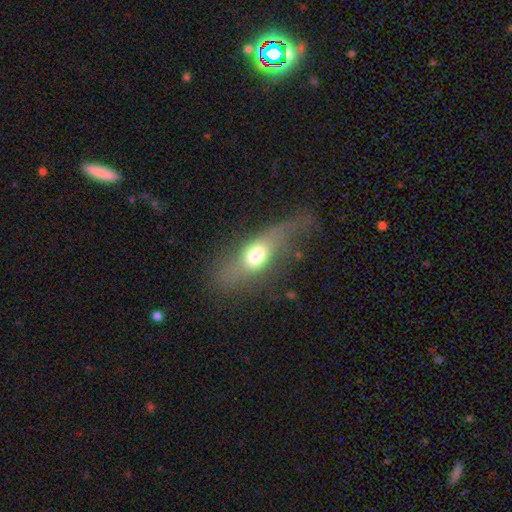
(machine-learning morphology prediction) Smooth or featured? Predicted: smooth (p=0.53). How rounded? Predicted: in between (p=0.69). Merging? Predicted: major disturbance (p=0.45).